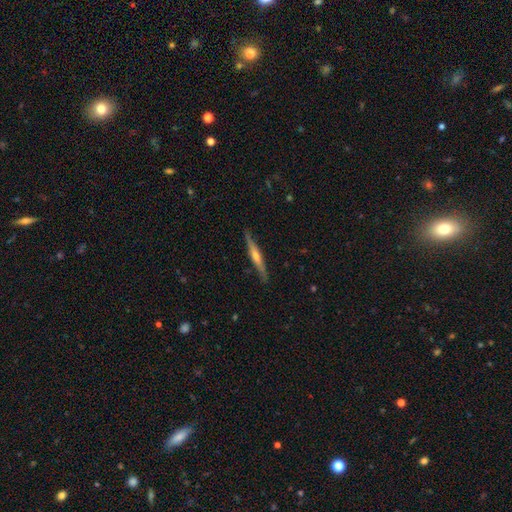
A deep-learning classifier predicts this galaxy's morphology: This appears to be a featured or disk galaxy (66%) viewed edge-on (96%) with a rounded central bulge (70%). Merging: none (86%).